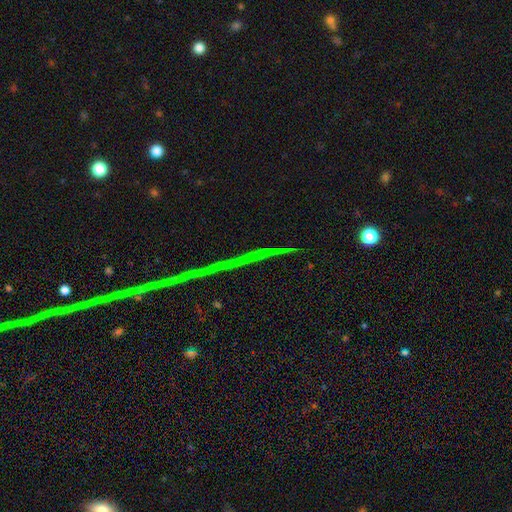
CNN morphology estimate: smooth-or-featured: star or artifact: 83% | featured or disk: 10% | smooth: 7%